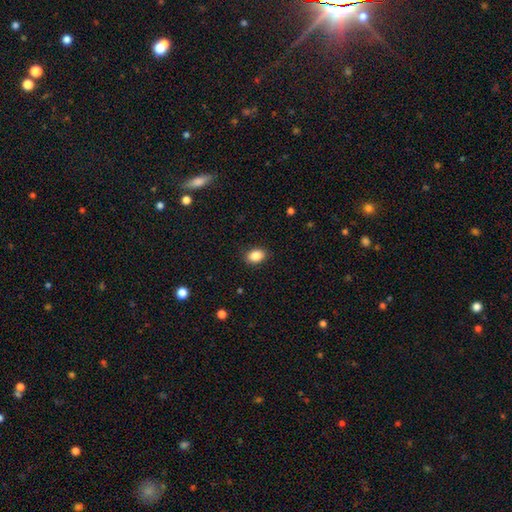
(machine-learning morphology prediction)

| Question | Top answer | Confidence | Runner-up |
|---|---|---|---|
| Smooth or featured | smooth | 87% | star or artifact (9%) |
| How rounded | in between | 77% | round (22%) |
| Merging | none | 88% | minor disturbance (9%) |